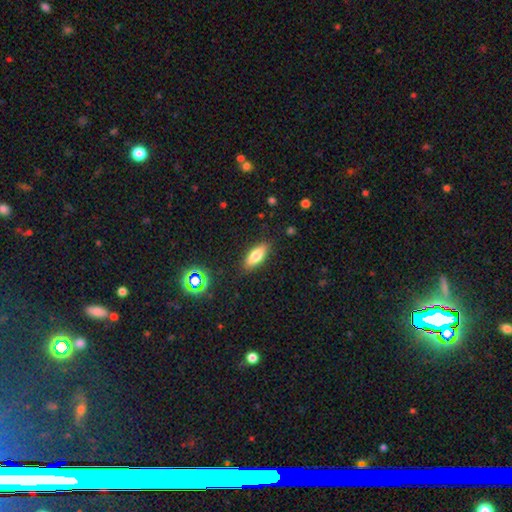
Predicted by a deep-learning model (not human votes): A smooth galaxy with no disk features (75%) that is in between round and cigar-shaped (72%). Merging: none (87%).